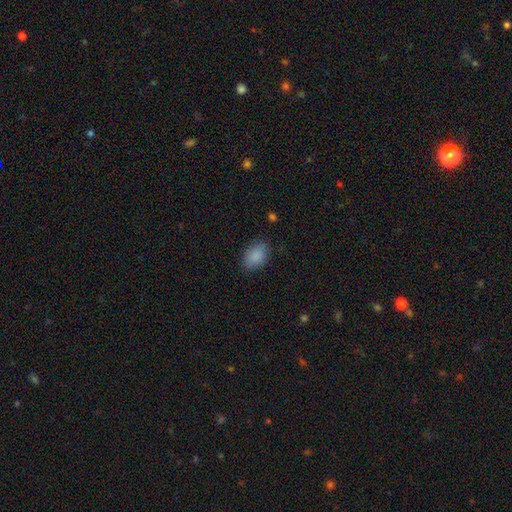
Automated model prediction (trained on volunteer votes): smooth_or_featured: smooth (p=0.88) [alt: star or artifact p=0.08]
how_rounded: in between (p=0.87) [alt: round p=0.12]
merging: none (p=0.83) [alt: minor disturbance p=0.13]